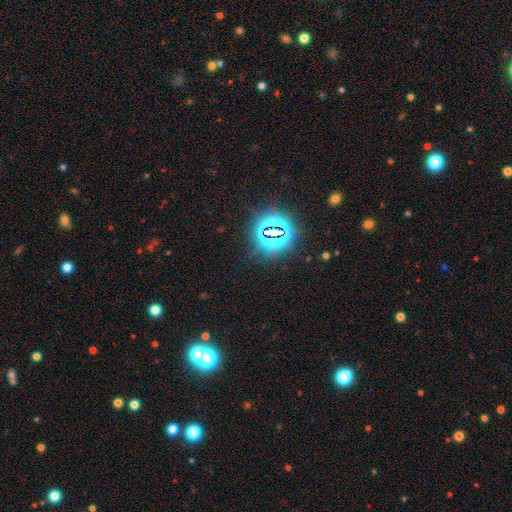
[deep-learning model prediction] star or artifact 81%, smooth 12%, featured or disk 7%.